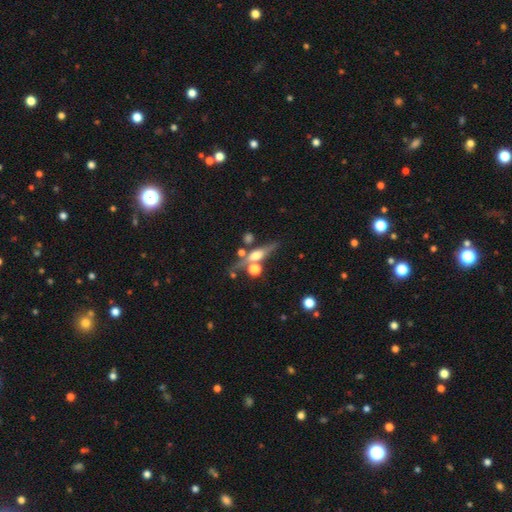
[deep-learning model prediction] Overall: featured or disk (58%; smooth 31%). Edge-on disk: yes (85%). Merging: none (61%).